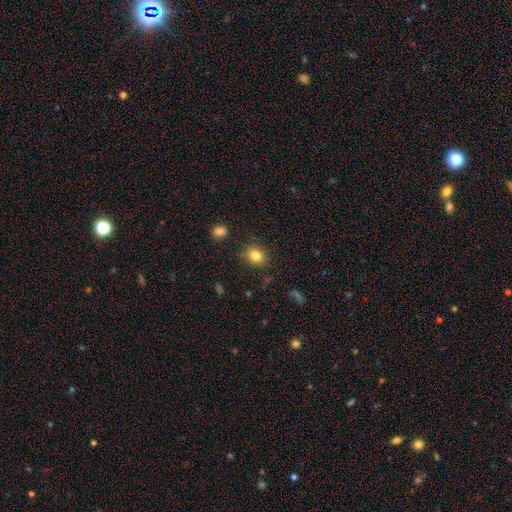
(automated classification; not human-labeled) Morphology: type=smooth (82%); roundness=round (60%); merging=none (84%).